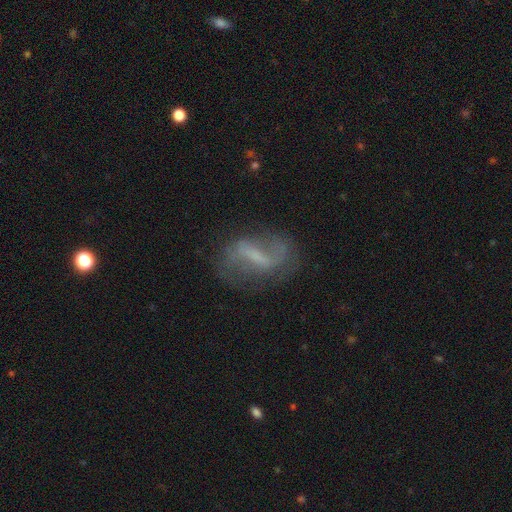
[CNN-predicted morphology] This is likely a featured or disk galaxy (75%). It is clearly not viewed edge-on (94%). Bar: possibly strong (48%). Spiral arm pattern: clearly yes (83%). Spiral arm count: likely 2 (80%). Spiral winding: possibly loose (59%). Central bulge: marginally none (40%). Merging: likely none (66%).